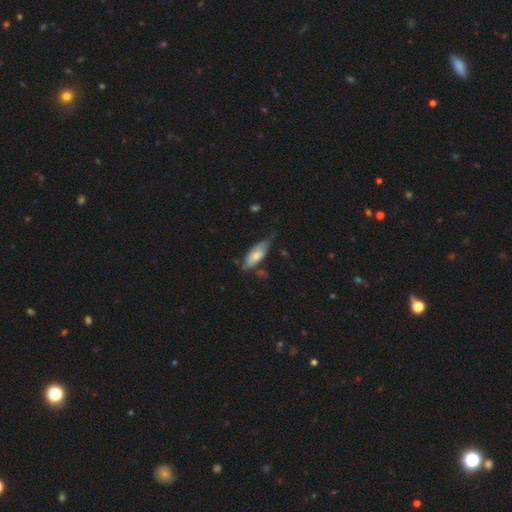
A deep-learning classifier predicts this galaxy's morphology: Smooth or featured: smooth — 70% (featured or disk — 24%)
How rounded: in between — 72% (cigar-shaped — 26%)
Merging: none — 50% (minor disturbance — 37%)